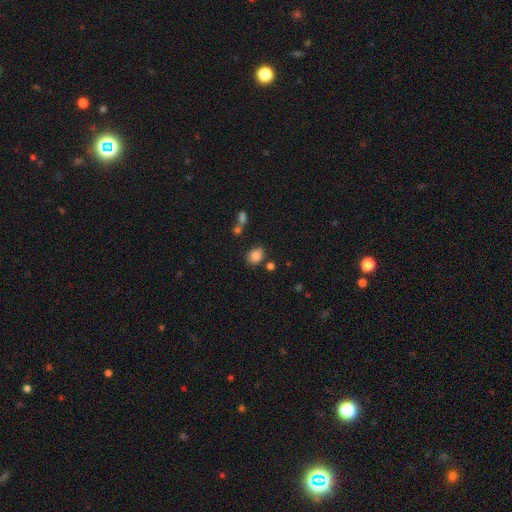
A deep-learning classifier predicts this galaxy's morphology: smooth 83%, star or artifact 11%, featured or disk 6%. Down the decision tree: how rounded — round (56%); merging — none (74%).